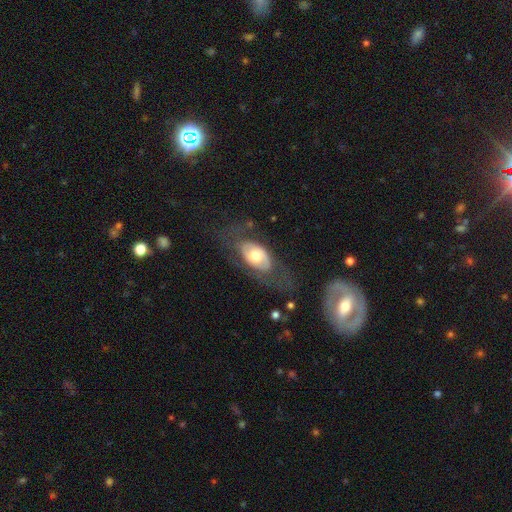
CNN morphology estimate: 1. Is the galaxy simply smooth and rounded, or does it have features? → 53% featured or disk, 41% smooth, 6% star or artifact.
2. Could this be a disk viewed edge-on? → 88% no, 12% yes.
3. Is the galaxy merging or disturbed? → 59% none, 19% minor disturbance, 19% major disturbance, 2% merger.